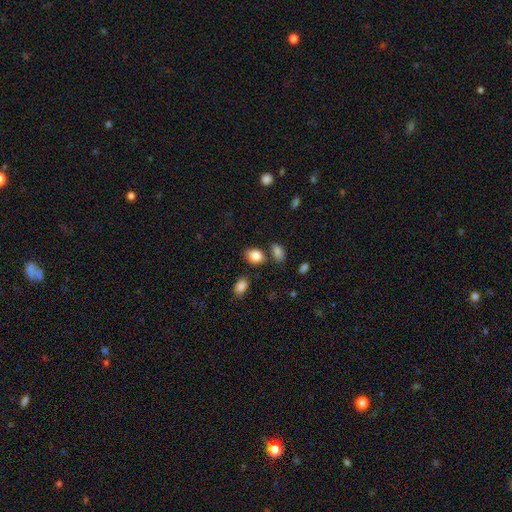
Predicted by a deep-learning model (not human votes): Smooth or featured? smooth (85%)
How rounded? in between (69%)
Merging? none (71%)